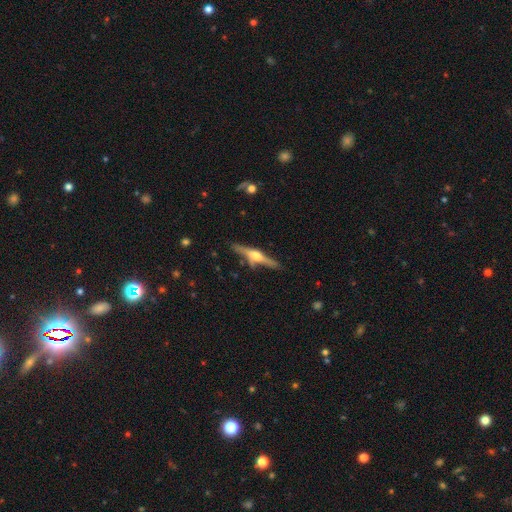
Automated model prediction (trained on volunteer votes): A featured or disk galaxy (74%) viewed edge-on (97%) with a rounded central bulge (91%).

Vote fractions:
- Smooth or featured? featured or disk: 74% / smooth: 20% / star or artifact: 6%
- Edge-on disk? yes: 97% / no: 3%
- Edge-on bulge? rounded: 91% / boxy: 6% / none: 3%
- Merging? none: 79% / minor disturbance: 14% / merger: 4% / major disturbance: 3%